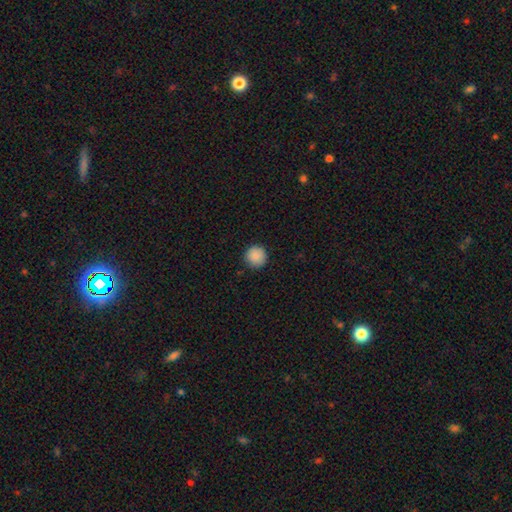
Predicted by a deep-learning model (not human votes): This appears to be a smooth galaxy with no disk features (88%) that is round (96%). Merging: none (91%).